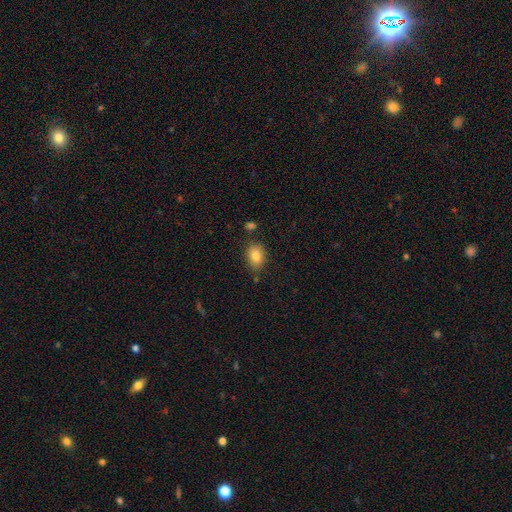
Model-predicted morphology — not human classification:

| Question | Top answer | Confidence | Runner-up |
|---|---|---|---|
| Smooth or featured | smooth | 83% | star or artifact (9%) |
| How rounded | in between | 73% | round (25%) |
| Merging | none | 78% | minor disturbance (14%) |